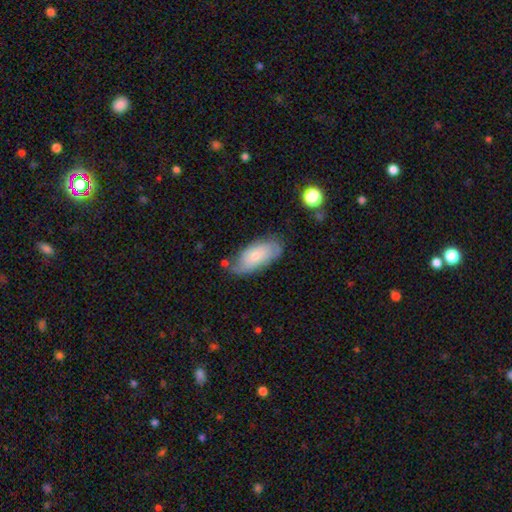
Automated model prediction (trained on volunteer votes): Q: Smooth or featured?
A: smooth (57%); runner-up: featured or disk (36%)
Q: How rounded?
A: in between (90%); runner-up: cigar-shaped (7%)
Q: Merging?
A: none (60%); runner-up: minor disturbance (28%)